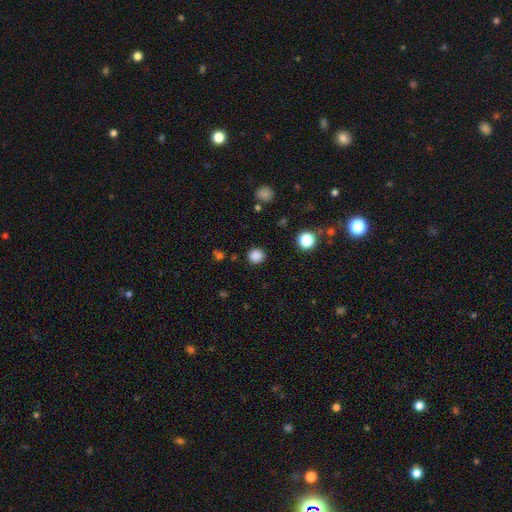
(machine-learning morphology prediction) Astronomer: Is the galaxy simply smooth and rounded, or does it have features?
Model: smooth — 84%.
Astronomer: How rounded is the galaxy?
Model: round — 91%.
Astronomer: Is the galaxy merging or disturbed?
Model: none — 89%.